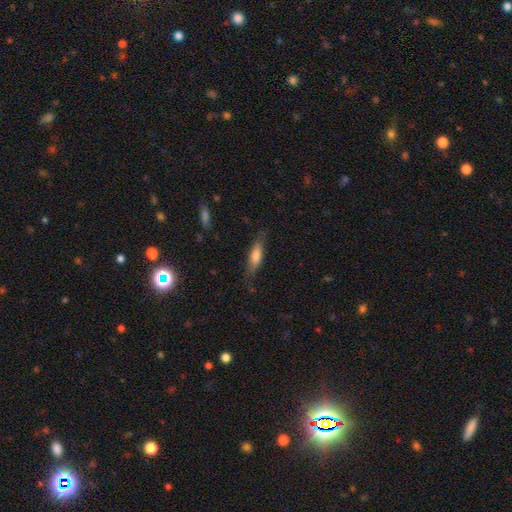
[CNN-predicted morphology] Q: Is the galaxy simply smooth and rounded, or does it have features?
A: smooth — 65%.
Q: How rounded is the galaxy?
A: cigar-shaped — 57%.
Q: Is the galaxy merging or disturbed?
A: none — 75%.